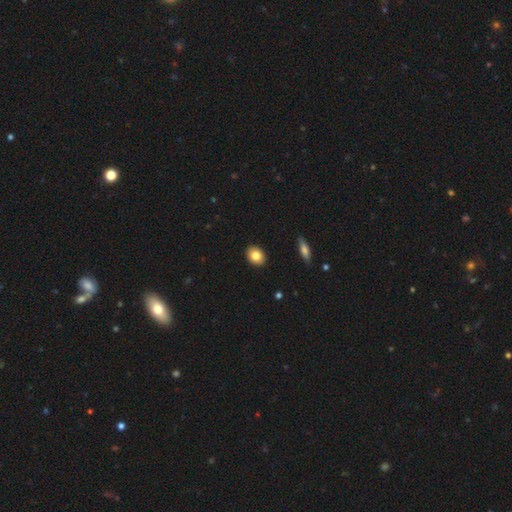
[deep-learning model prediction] Smooth or featured?
  - smooth: 83% *
  - featured or disk: 9%
  - star or artifact: 8%
How rounded?
  - in between: 61% *
  - round: 38%
  - cigar-shaped: 1%
Merging?
  - none: 91% *
  - minor disturbance: 6%
  - major disturbance: 2%
  - merger: 1%